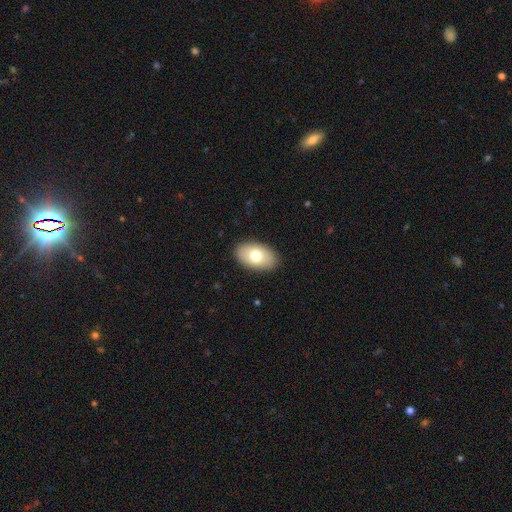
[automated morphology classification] This appears to be a smooth galaxy with no disk features (74%) that is in between round and cigar-shaped (92%). Merging: none (89%).